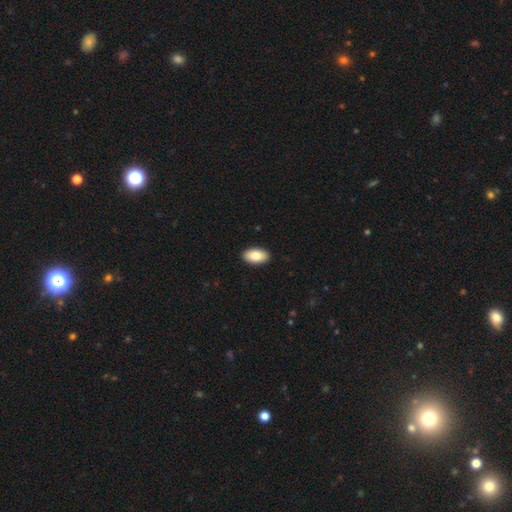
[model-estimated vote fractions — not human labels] Smooth or featured? smooth (84%)
How rounded? in between (95%)
Merging? none (91%)